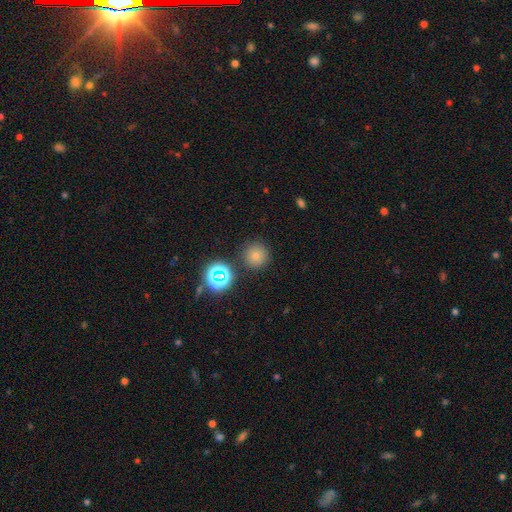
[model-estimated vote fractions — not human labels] smooth-or-featured: smooth: 70% | star or artifact: 21% | featured or disk: 10%
  how-rounded: round: 95% | in between: 4% | cigar-shaped: 1%
  merging: none: 86% | minor disturbance: 8% | merger: 4% | major disturbance: 3%